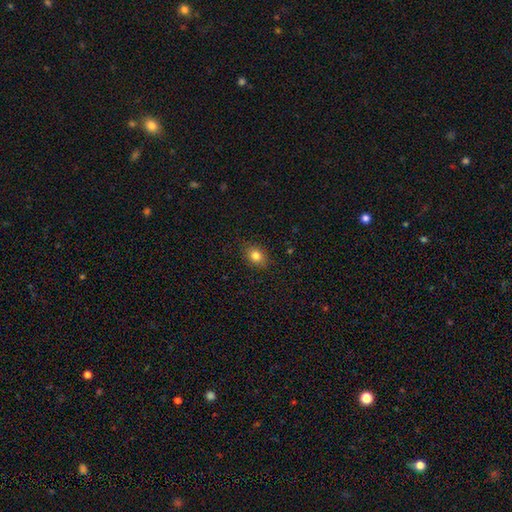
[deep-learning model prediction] smooth 82%, star or artifact 11%, featured or disk 7%. Down the decision tree: how rounded — in between (55%); merging — none (85%).